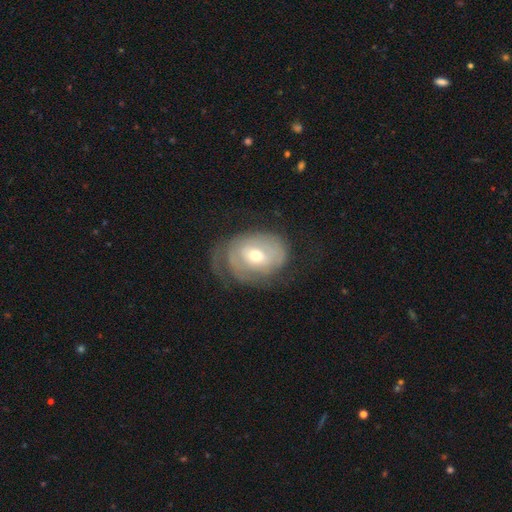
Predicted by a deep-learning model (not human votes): featured or disk 70%, smooth 23%, star or artifact 7%. Down the decision tree: edge-on disk — no (95%); bar — no (53%); spiral arms — yes (76%); spiral arm count — can't tell (44%); spiral winding — tight (63%); bulge size — moderate (59%); merging — none (55%).